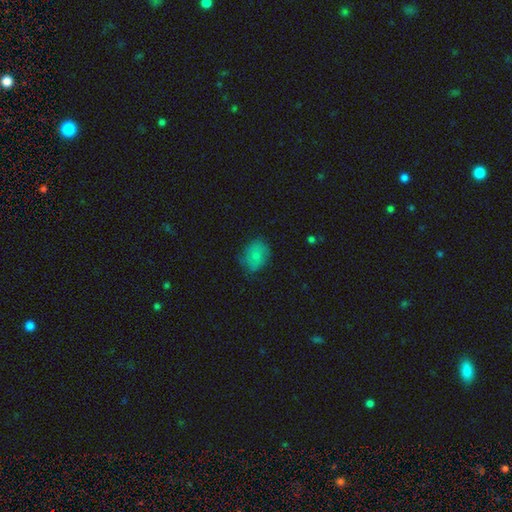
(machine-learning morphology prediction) This is likely a smooth galaxy (74%). How rounded: possibly in between (54%). Merging: likely none (67%).